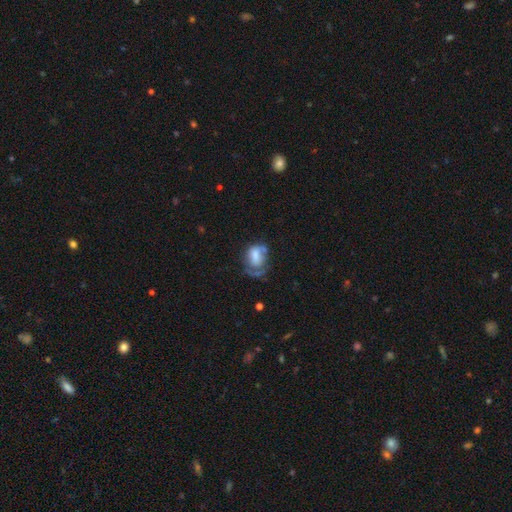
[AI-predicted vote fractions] Morphology: type=smooth (49%); merging=major disturbance (38%).